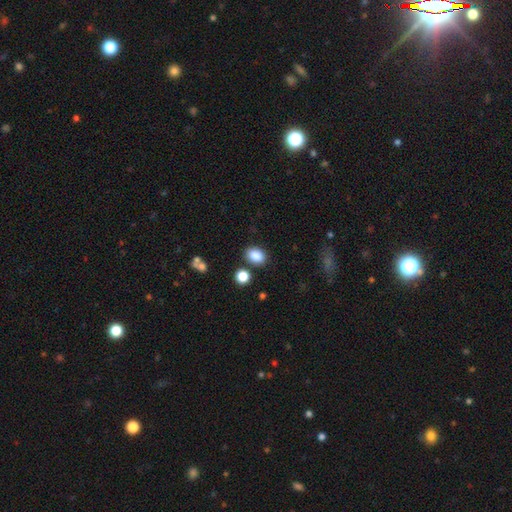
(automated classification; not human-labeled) smooth-or-featured: smooth: 86% | star or artifact: 9% | featured or disk: 4%
  how-rounded: in between: 72% | round: 27% | cigar-shaped: 1%
  merging: none: 81% | minor disturbance: 10% | merger: 6% | major disturbance: 3%